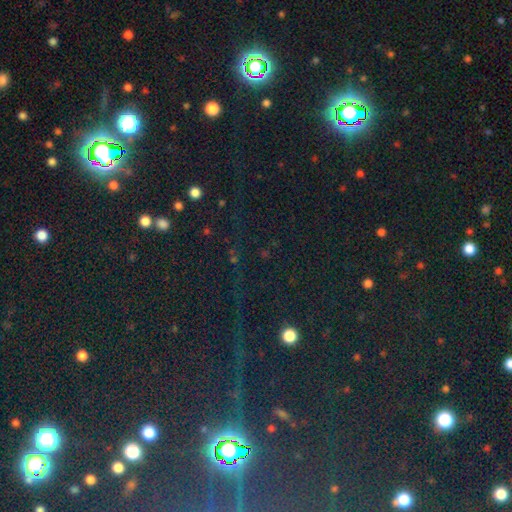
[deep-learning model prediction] Smooth or featured? Predicted: star or artifact (p=0.82).